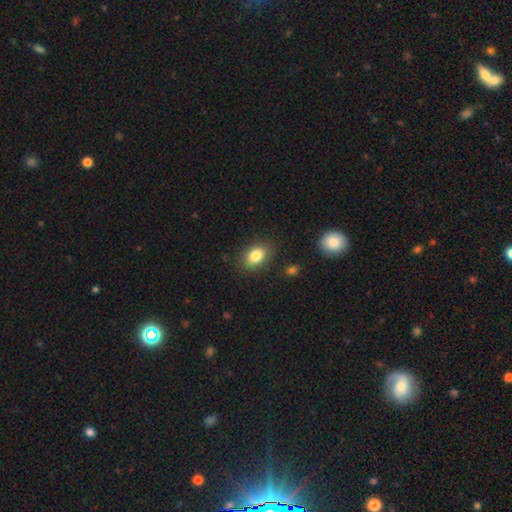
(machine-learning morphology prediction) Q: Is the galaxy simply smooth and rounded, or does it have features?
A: smooth — 82%.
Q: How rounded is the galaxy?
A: in between — 78%.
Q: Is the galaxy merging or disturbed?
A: none — 84%.